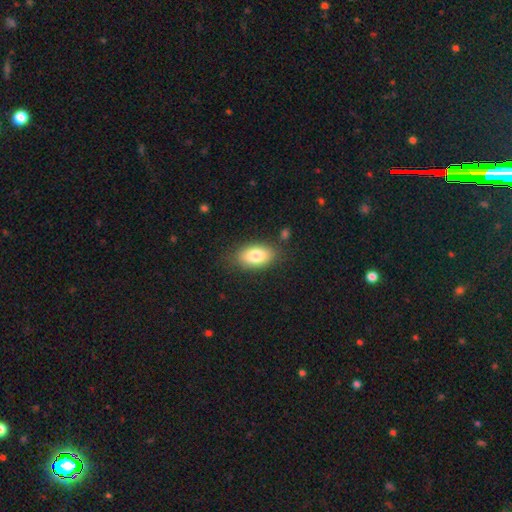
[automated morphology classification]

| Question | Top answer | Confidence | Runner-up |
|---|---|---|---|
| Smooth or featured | smooth | 81% | featured or disk (11%) |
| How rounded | in between | 91% | round (6%) |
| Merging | none | 81% | minor disturbance (13%) |